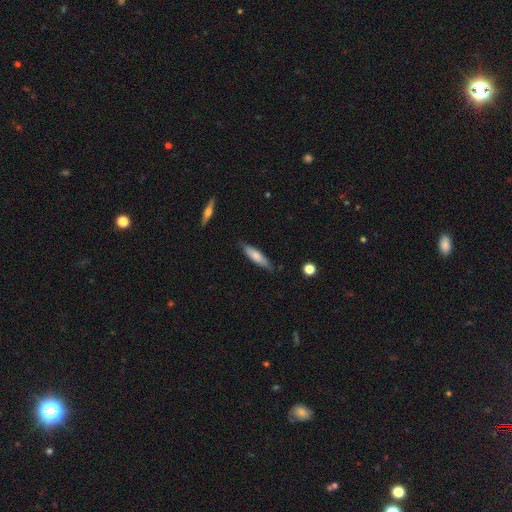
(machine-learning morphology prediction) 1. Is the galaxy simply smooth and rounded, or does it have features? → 69% smooth, 25% featured or disk, 6% star or artifact.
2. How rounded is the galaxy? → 77% cigar-shaped, 22% in between, 1% round.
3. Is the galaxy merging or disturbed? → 81% none, 15% minor disturbance, 2% major disturbance, 2% merger.